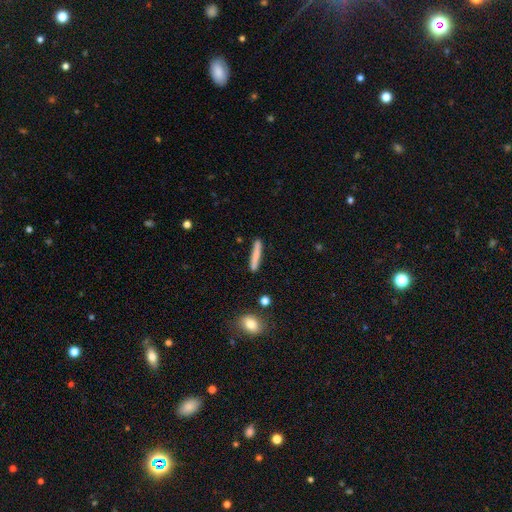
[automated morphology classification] Q: Smooth or featured?
A: smooth (75%); runner-up: featured or disk (19%)
Q: How rounded?
A: cigar-shaped (95%); runner-up: in between (4%)
Q: Merging?
A: none (87%); runner-up: minor disturbance (9%)